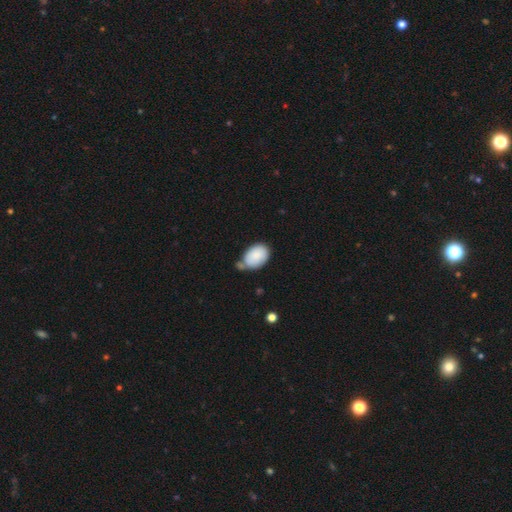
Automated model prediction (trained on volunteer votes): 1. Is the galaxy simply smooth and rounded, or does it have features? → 86% smooth, 7% featured or disk, 6% star or artifact.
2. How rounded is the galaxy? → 86% in between, 13% round, 1% cigar-shaped.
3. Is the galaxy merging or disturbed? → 49% none, 27% minor disturbance, 17% merger, 7% major disturbance.